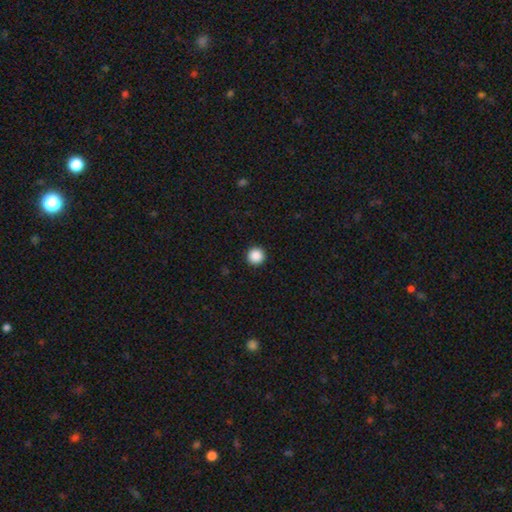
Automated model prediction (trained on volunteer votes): Smooth or featured?
  - smooth: 88% *
  - star or artifact: 9%
  - featured or disk: 2%
How rounded?
  - round: 96% *
  - in between: 3%
  - cigar-shaped: 1%
Merging?
  - none: 93% *
  - minor disturbance: 4%
  - major disturbance: 1%
  - merger: 1%